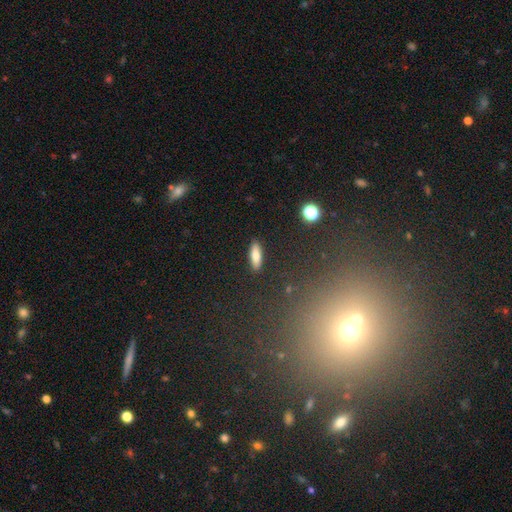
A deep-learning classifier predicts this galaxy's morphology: This is likely a smooth galaxy (78%). How rounded: possibly in between (49%, tied with cigar-shaped). Merging: clearly none (89%).